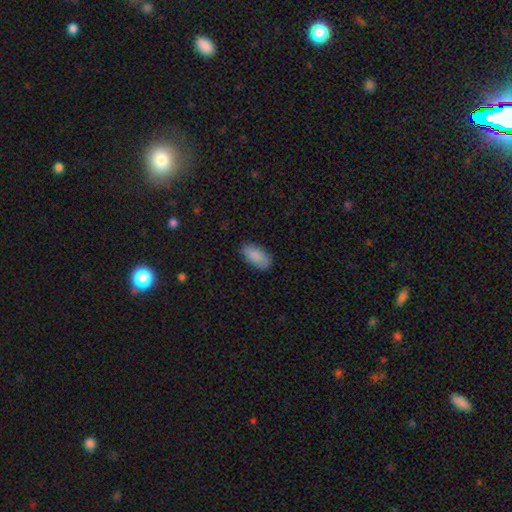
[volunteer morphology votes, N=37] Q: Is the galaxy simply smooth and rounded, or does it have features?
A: smooth — 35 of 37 (95%).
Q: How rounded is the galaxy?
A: in between — 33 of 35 (94%).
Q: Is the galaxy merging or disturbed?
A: none — 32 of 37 (86%).